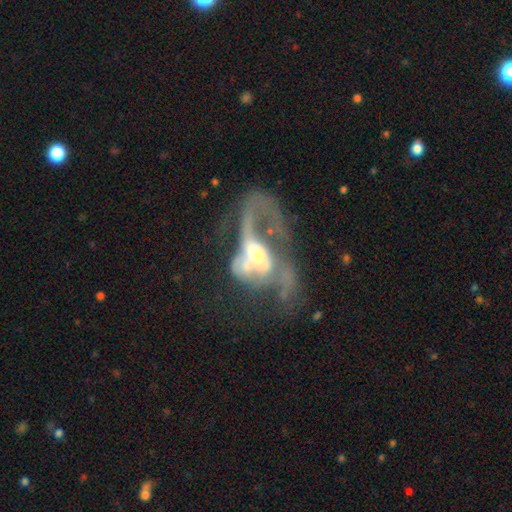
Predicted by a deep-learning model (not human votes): A featured or disk galaxy (69%) with no bar (71%), spiral arms (52%) and a moderate central bulge (50%). Merging: major disturbance (53%).